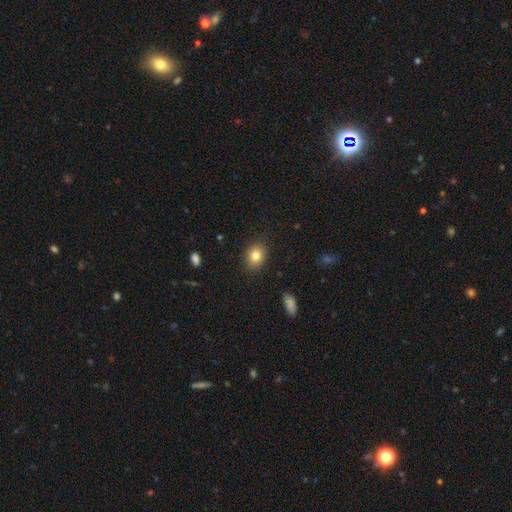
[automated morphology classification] Smooth or featured?
  - smooth: 82% *
  - star or artifact: 10%
  - featured or disk: 8%
How rounded?
  - in between: 54% *
  - round: 45%
  - cigar-shaped: 1%
Merging?
  - none: 87% *
  - minor disturbance: 10%
  - major disturbance: 2%
  - merger: 1%